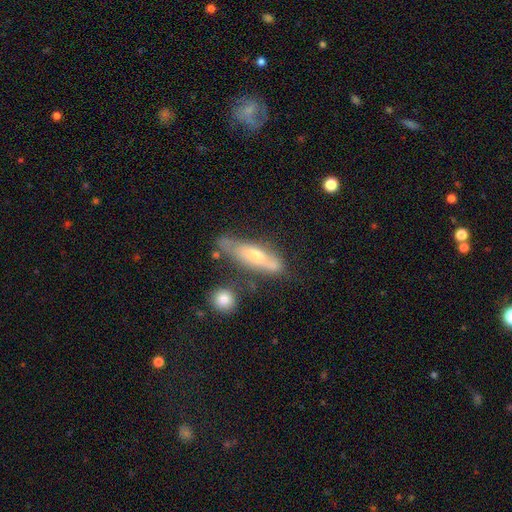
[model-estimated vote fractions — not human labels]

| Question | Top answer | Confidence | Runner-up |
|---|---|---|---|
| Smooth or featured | featured or disk | 52% | smooth (41%) |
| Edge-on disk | yes | 52% | no (48%) |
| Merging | none | 50% | minor disturbance (27%) |